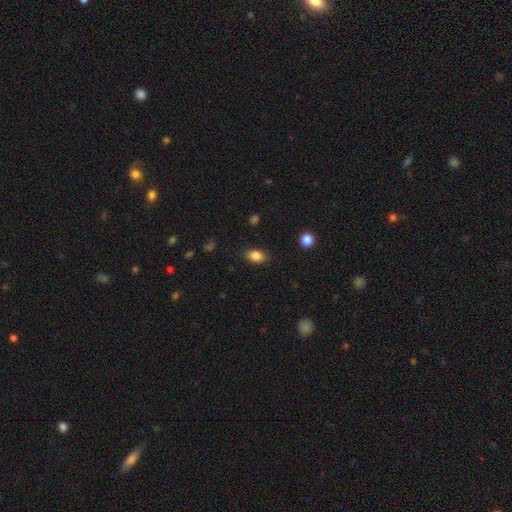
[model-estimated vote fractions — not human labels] This is clearly a smooth galaxy (86%). How rounded: clearly in between (86%). Merging: clearly none (86%).